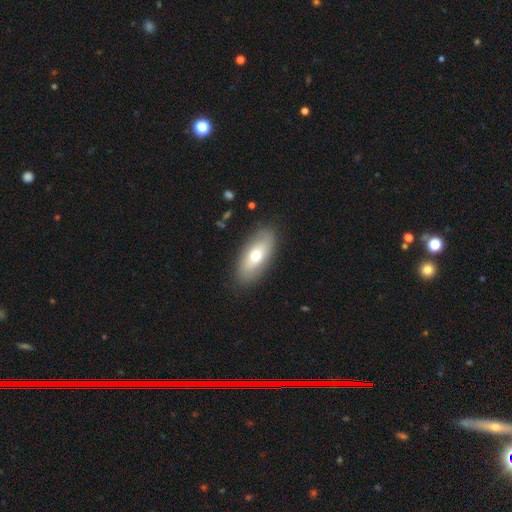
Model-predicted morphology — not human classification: A smooth galaxy with no disk features (66%) that is in between round and cigar-shaped (86%).

Vote fractions:
- Smooth or featured? smooth: 66% / featured or disk: 28% / star or artifact: 6%
- How rounded? in between: 86% / cigar-shaped: 11% / round: 3%
- Merging? none: 86% / minor disturbance: 10% / major disturbance: 3% / merger: 1%